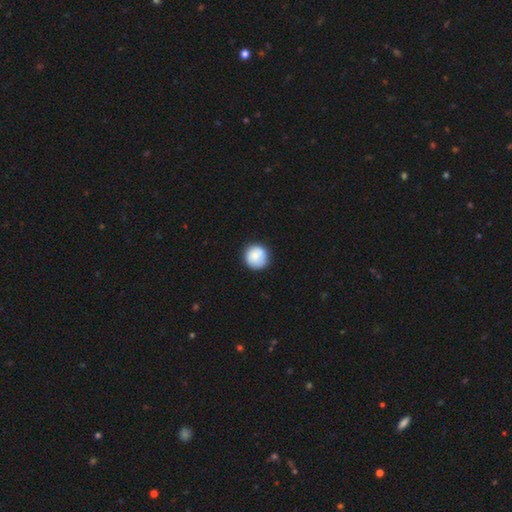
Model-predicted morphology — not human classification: smooth 82%, featured or disk 11%, star or artifact 7%. Down the decision tree: how rounded — round (94%); merging — none (82%).